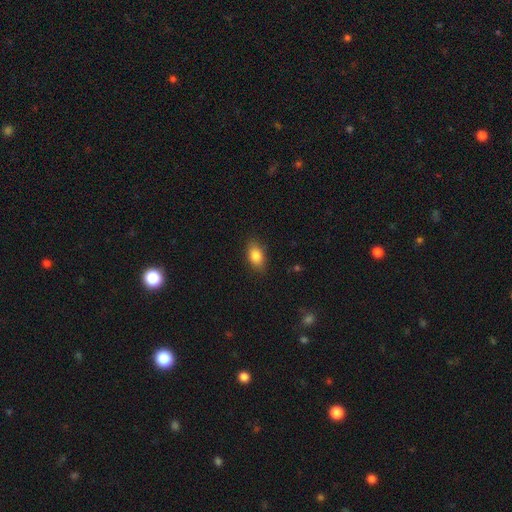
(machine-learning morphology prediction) Smooth or featured?
  - smooth: 84% *
  - star or artifact: 8%
  - featured or disk: 8%
How rounded?
  - in between: 86% *
  - round: 11%
  - cigar-shaped: 3%
Merging?
  - none: 85% *
  - minor disturbance: 11%
  - major disturbance: 3%
  - merger: 1%